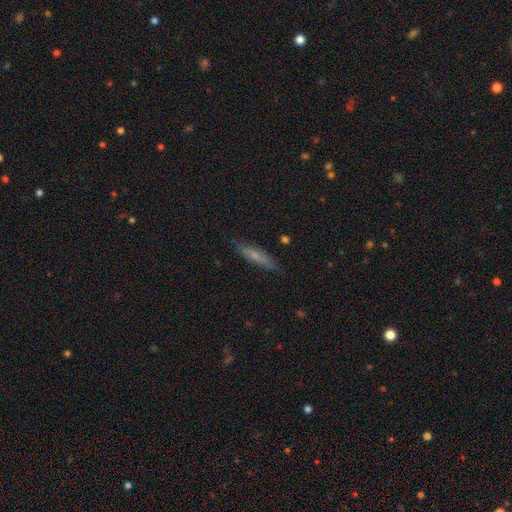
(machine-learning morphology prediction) A smooth galaxy with no disk features (60%) that is cigar-shaped (82%). Merging: none (82%).